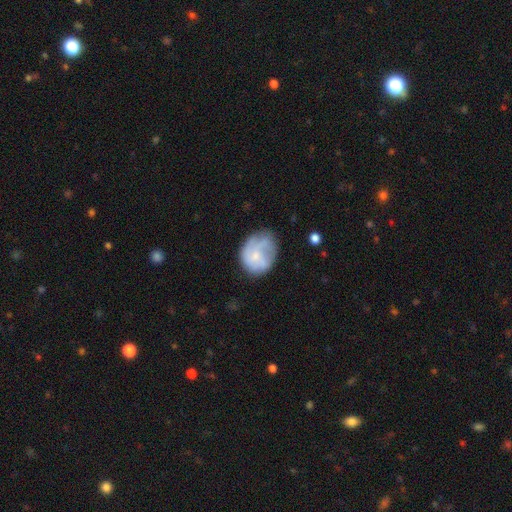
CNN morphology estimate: type=smooth (49%); merging=none (50%).